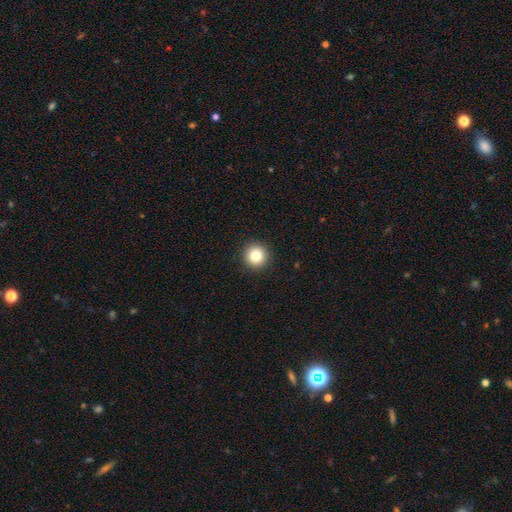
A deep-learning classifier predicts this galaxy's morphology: smooth 84%, star or artifact 10%, featured or disk 6%. Down the decision tree: how rounded — round (95%); merging — none (93%).